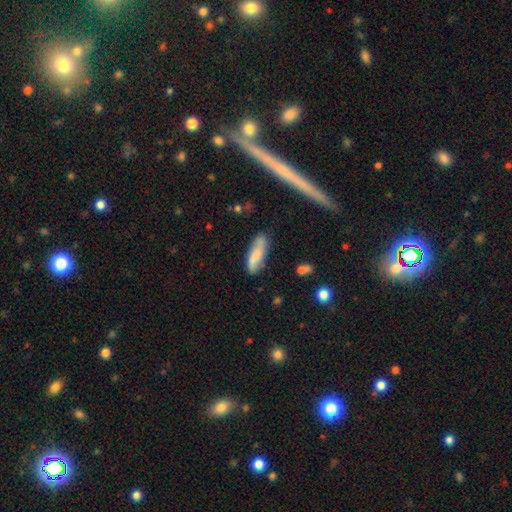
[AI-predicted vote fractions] smooth-or-featured: smooth: 69% | featured or disk: 24% | star or artifact: 7%
  how-rounded: in between: 53% | cigar-shaped: 45% | round: 2%
  merging: none: 74% | minor disturbance: 20% | major disturbance: 4% | merger: 3%